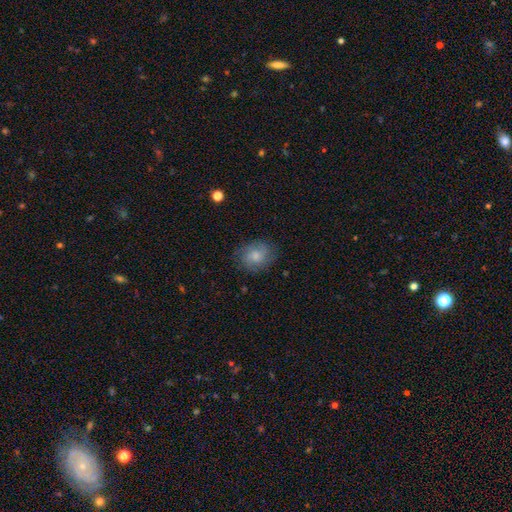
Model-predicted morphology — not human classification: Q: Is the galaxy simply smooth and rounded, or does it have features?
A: smooth — 57%.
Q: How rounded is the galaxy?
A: in between — 51%.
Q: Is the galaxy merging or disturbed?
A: none — 76%.